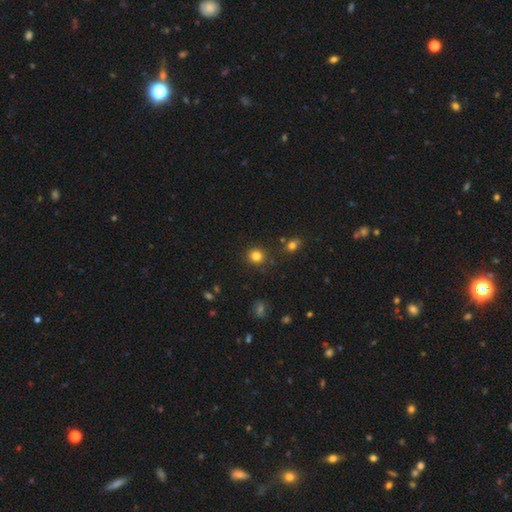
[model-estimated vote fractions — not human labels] Smooth or featured?
  - smooth: 82% *
  - star or artifact: 13%
  - featured or disk: 5%
How rounded?
  - round: 89% *
  - in between: 10%
  - cigar-shaped: 1%
Merging?
  - none: 87% *
  - minor disturbance: 8%
  - merger: 3%
  - major disturbance: 3%